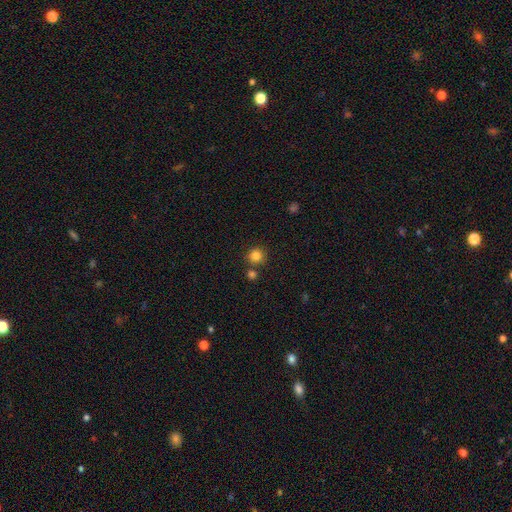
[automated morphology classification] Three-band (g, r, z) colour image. It shows a smooth galaxy with no disk features (83%) that is round (94%). Merging: none (78%).